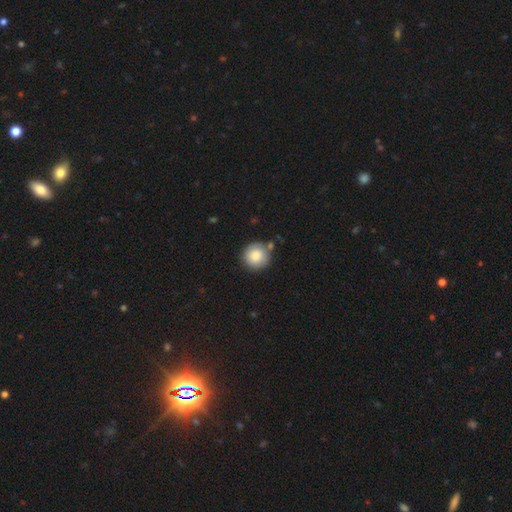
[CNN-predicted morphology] type=smooth (85%); roundness=round (95%); merging=none (78%).